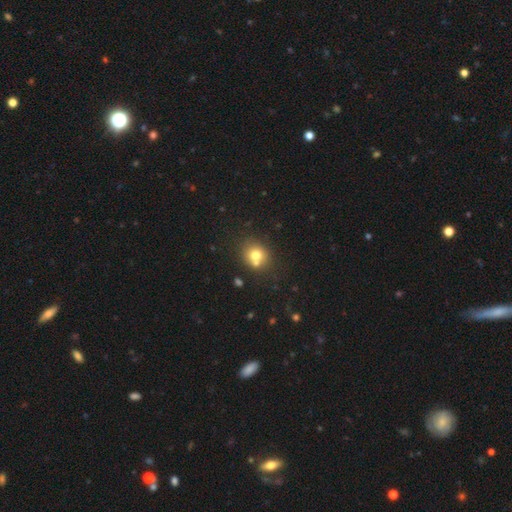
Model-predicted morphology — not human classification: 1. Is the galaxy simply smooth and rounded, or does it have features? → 72% smooth, 14% featured or disk, 13% star or artifact.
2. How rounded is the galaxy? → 81% round, 18% in between, 1% cigar-shaped.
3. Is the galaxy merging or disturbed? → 61% none, 25% merger, 10% minor disturbance, 3% major disturbance.